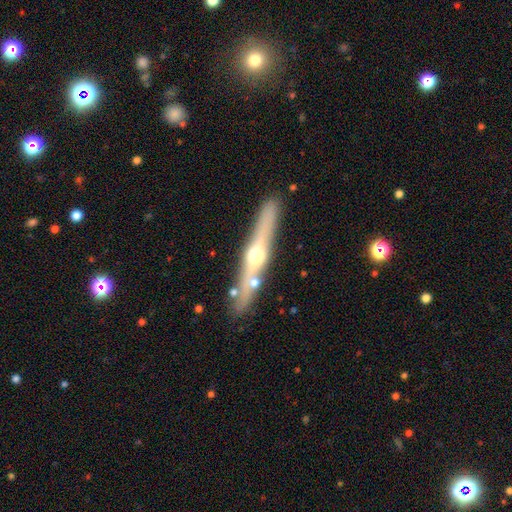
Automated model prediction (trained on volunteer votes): smooth_or_featured: featured or disk (p=0.68) [alt: smooth p=0.26]
disk_edge_on: yes (p=0.95) [alt: no p=0.05]
edge_on_bulge: rounded (p=0.93) [alt: none p=0.04]
merging: none (p=0.82) [alt: minor disturbance p=0.10]